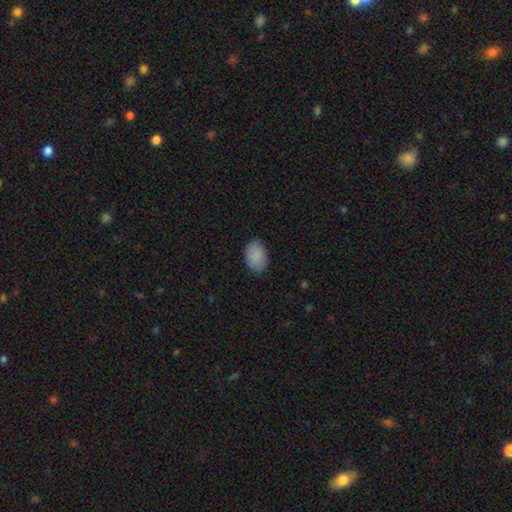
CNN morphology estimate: A smooth galaxy with no disk features (89%) that is in between round and cigar-shaped (87%).

Vote fractions:
- Smooth or featured? smooth: 89% / star or artifact: 7% / featured or disk: 4%
- How rounded? in between: 87% / round: 12% / cigar-shaped: 1%
- Merging? none: 83% / minor disturbance: 14% / major disturbance: 3% / merger: 1%